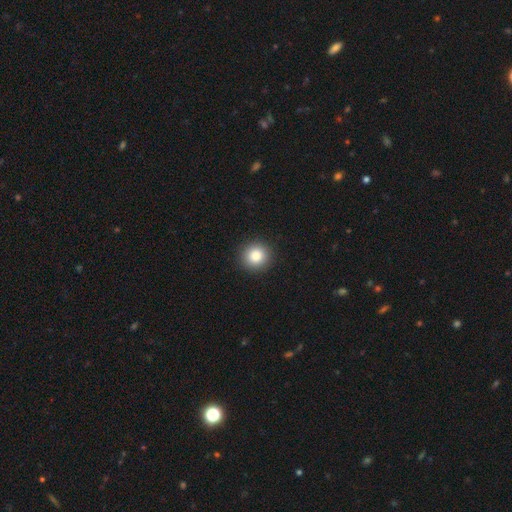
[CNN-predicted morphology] A smooth galaxy with no disk features (85%) that is round (92%).

Vote fractions:
- Smooth or featured? smooth: 85% / star or artifact: 10% / featured or disk: 5%
- How rounded? round: 92% / in between: 7% / cigar-shaped: 1%
- Merging? none: 92% / minor disturbance: 5% / major disturbance: 2% / merger: 1%